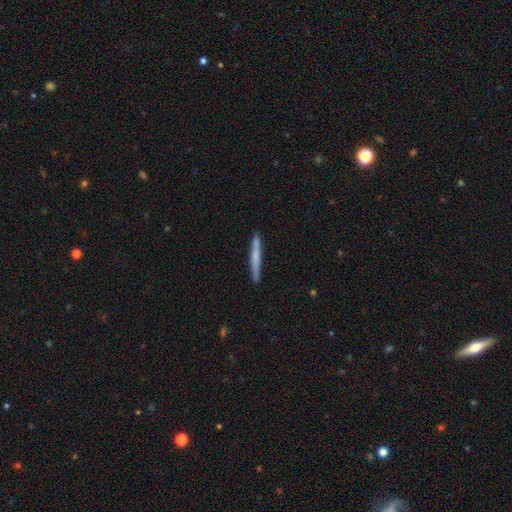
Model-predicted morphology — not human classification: This is possibly a smooth galaxy (60%). How rounded: clearly cigar-shaped (97%). Merging: clearly none (88%).